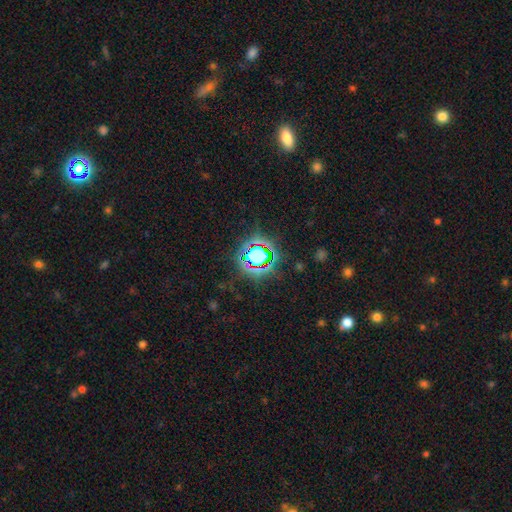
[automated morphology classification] A star or artifact, not a galaxy (70%).